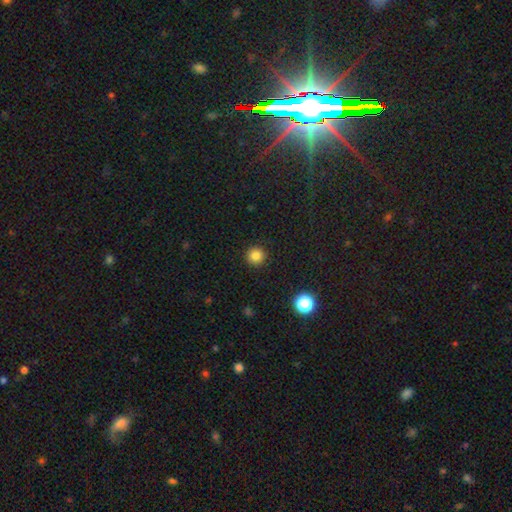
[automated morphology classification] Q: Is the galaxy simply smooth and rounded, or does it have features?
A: smooth — 83%.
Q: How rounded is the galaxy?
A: round — 95%.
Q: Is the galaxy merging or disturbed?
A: none — 92%.